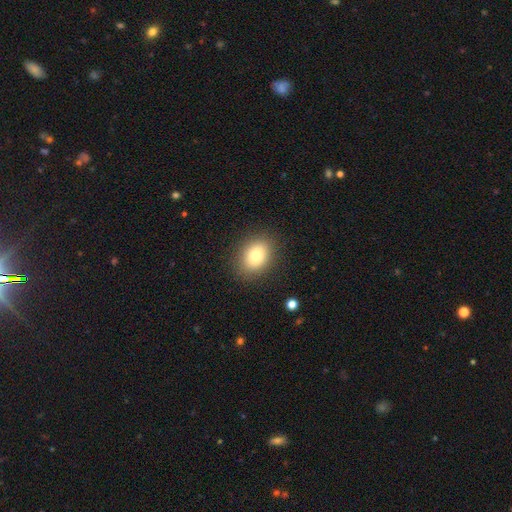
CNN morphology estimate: A smooth galaxy with no disk features (80%) that is in between round and cigar-shaped (62%).

Vote fractions:
- Smooth or featured? smooth: 80% / featured or disk: 10% / star or artifact: 10%
- How rounded? in between: 62% / round: 37% / cigar-shaped: 1%
- Merging? none: 87% / minor disturbance: 9% / major disturbance: 3% / merger: 1%